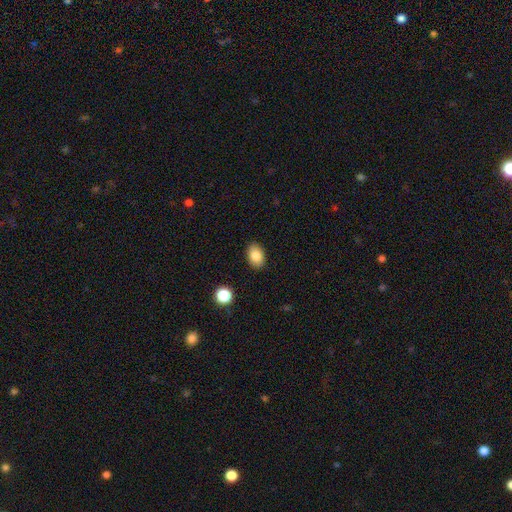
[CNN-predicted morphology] Overall: smooth (85%). How rounded: in between (84%). Merging: none (88%).